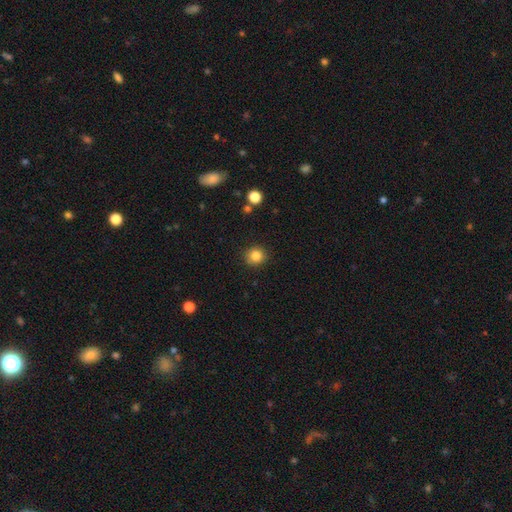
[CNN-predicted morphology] The model was most divided on "smooth or featured": smooth: 84%, star or artifact: 11%, featured or disk: 5%. More confident: merging — none (90%); how rounded — round (90%).